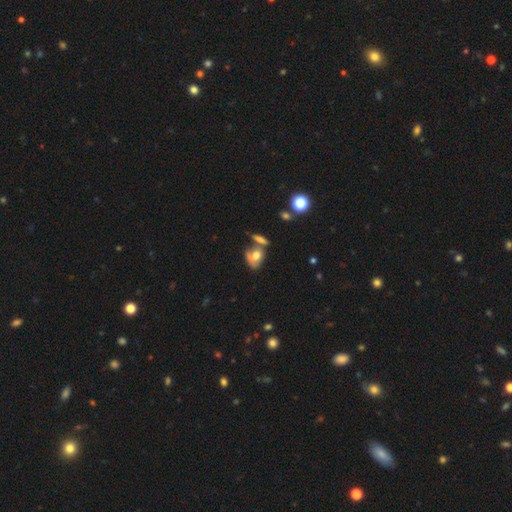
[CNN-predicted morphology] A smooth galaxy with no disk features (65%) that is in between round and cigar-shaped (68%).

Vote fractions:
- Smooth or featured? smooth: 65% / featured or disk: 25% / star or artifact: 10%
- How rounded? in between: 68% / round: 29% / cigar-shaped: 3%
- Merging? none: 36% (tied) / merger: 36% (tied) / minor disturbance: 18% / major disturbance: 10%